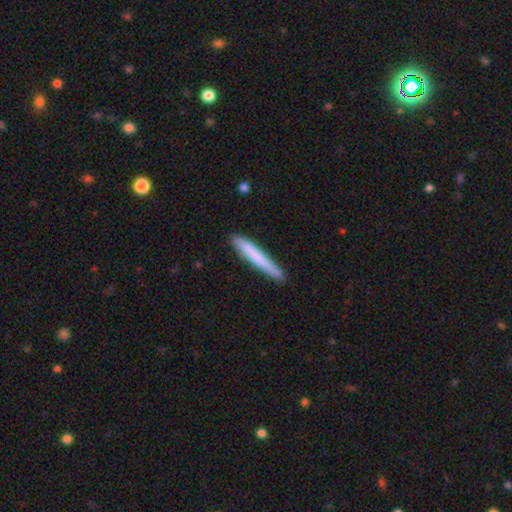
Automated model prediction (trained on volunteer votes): Smooth or featured? smooth (74%)
How rounded? cigar-shaped (96%)
Merging? none (87%)